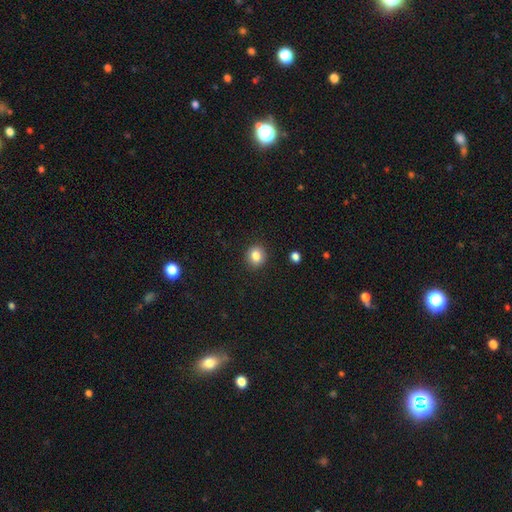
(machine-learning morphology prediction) This is clearly a smooth galaxy (83%). How rounded: clearly round (81%). Merging: clearly none (91%).